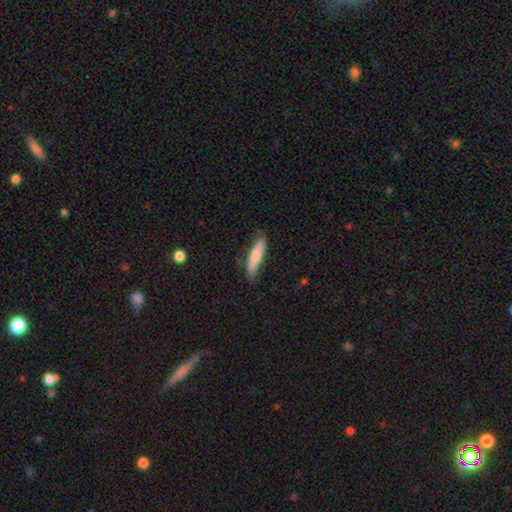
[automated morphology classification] The model was most divided on "smooth or featured": smooth: 68%, featured or disk: 27%, star or artifact: 5%. More confident: how rounded — cigar-shaped (83%); merging — none (77%).